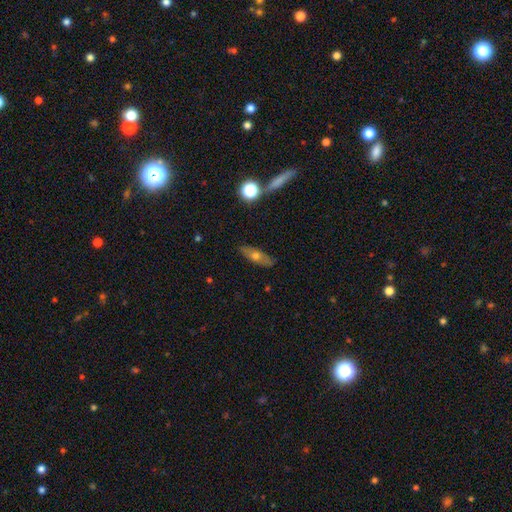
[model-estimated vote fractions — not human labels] Smooth or featured? Predicted: smooth (p=0.51). How rounded? Predicted: in between (p=0.57). Merging? Predicted: none (p=0.83).